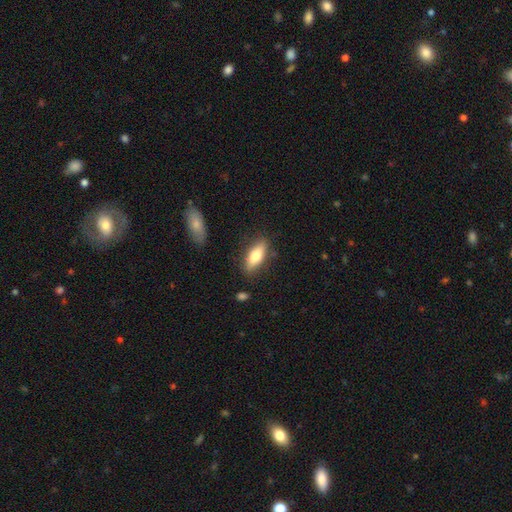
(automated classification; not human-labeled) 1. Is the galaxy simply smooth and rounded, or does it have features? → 75% smooth, 19% featured or disk, 6% star or artifact.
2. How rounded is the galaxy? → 71% in between, 26% cigar-shaped, 3% round.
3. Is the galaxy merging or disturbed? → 82% none, 12% minor disturbance, 3% major disturbance, 3% merger.